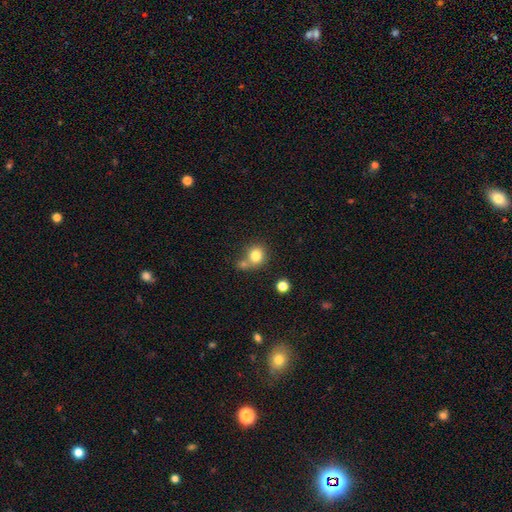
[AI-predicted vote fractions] Smooth or featured? smooth (80%)
How rounded? round (81%)
Merging? none (51%)